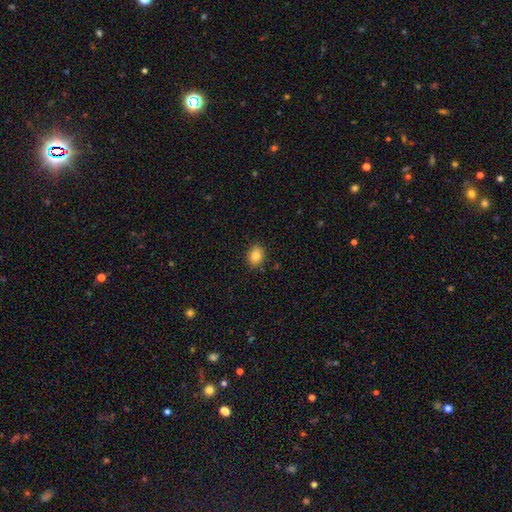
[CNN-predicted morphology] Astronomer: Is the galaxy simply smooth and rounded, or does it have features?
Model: smooth — 84%.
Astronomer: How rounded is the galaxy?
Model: in between — 58% (runner-up: round, 41%).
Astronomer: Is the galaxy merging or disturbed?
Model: none — 87%.